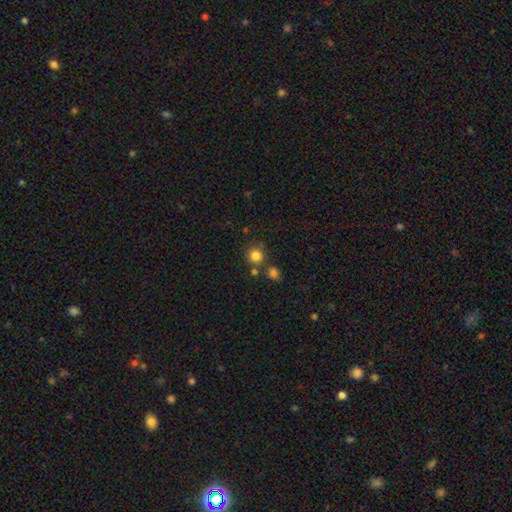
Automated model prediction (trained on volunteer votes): Smooth or featured: smooth — 81% (star or artifact — 13%)
How rounded: round — 92% (in between — 7%)
Merging: none — 74% (merger — 14%)